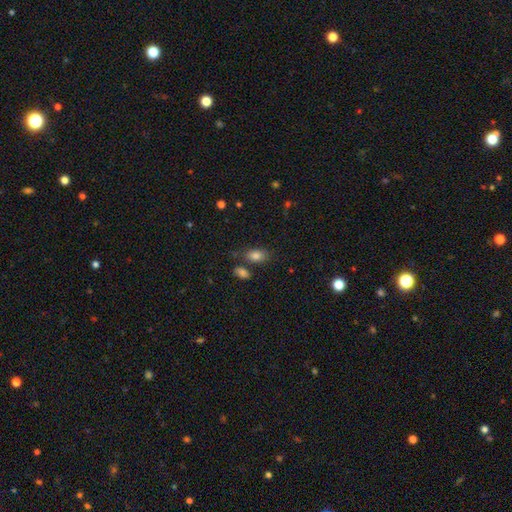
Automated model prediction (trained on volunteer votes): Smooth or featured? Predicted: smooth (p=0.82). How rounded? Predicted: in between (p=0.87). Merging? Predicted: none (p=0.66).